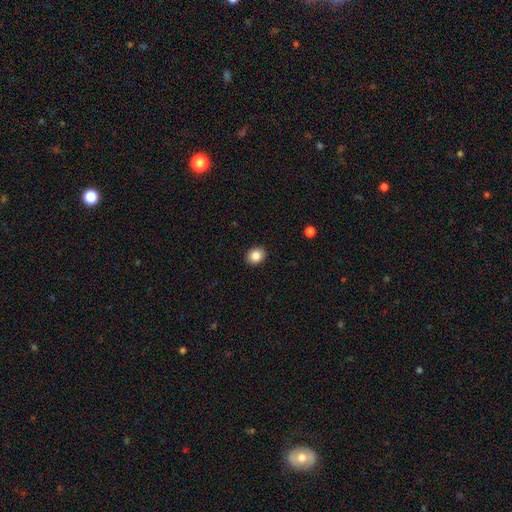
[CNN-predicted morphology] Overall: smooth (86%). How rounded: round (59%; in between 40%). Merging: none (91%).